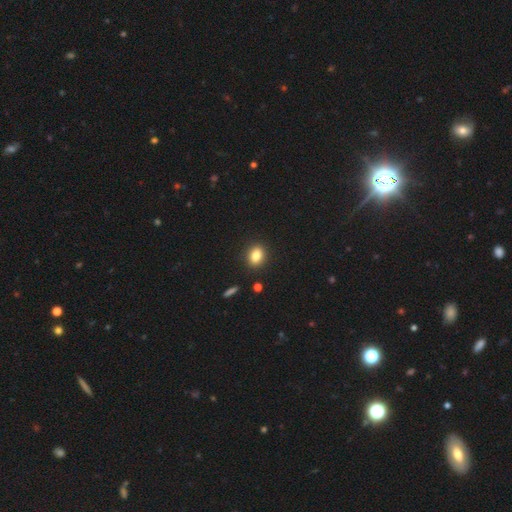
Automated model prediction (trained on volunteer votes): smooth-or-featured: smooth: 83% | star or artifact: 10% | featured or disk: 7%
  how-rounded: in between: 59% | round: 39% | cigar-shaped: 2%
  merging: none: 89% | minor disturbance: 7% | major disturbance: 2% | merger: 2%